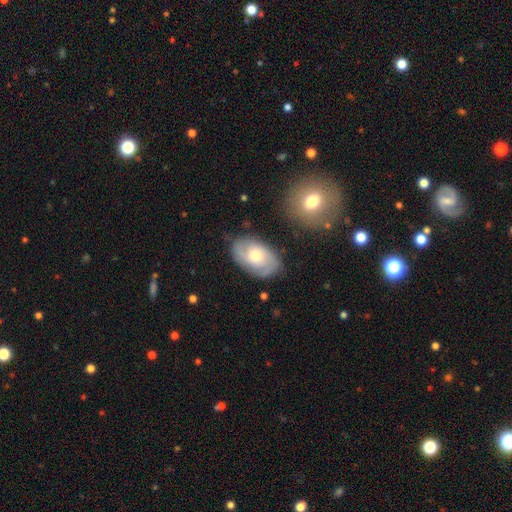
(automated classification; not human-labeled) Smooth or featured: featured or disk — 66% (smooth — 27%)
Edge-on disk: no — 95% (yes — 5%)
Bar: no — 71% (weak — 26%)
Spiral arms: yes — 90% (no — 10%)
Spiral winding: tight — 47% (medium — 40%)
Spiral arm count: 2 — 55% (can't tell — 23%)
Bulge size: moderate — 59% (small — 29%)
Merging: none — 80% (minor disturbance — 14%)